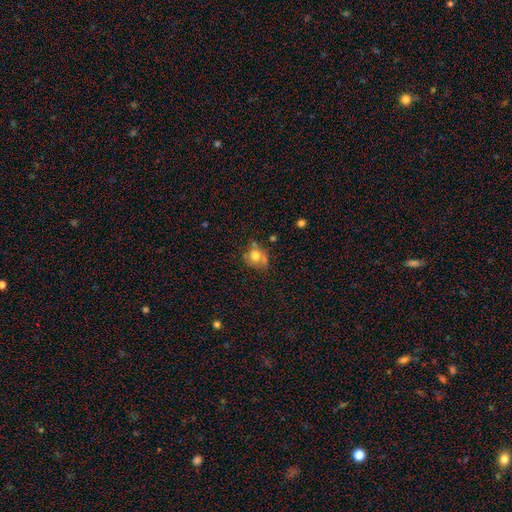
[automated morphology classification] smooth_or_featured: smooth (p=0.72) [alt: featured or disk p=0.17]
how_rounded: round (p=0.73) [alt: in between p=0.26]
merging: none (p=0.48) [alt: minor disturbance p=0.22]